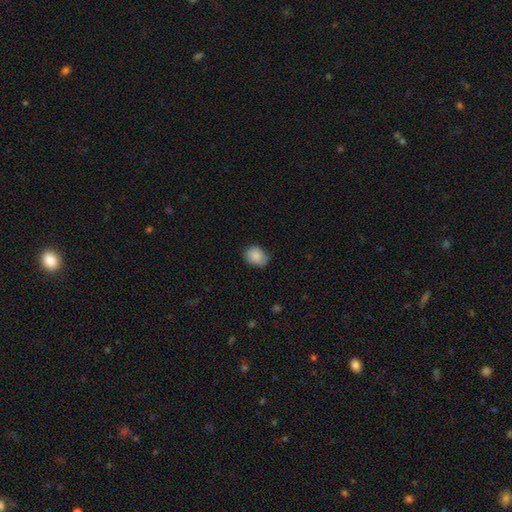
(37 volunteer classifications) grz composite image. It shows a smooth galaxy with no disk features (92%) that is in between round and cigar-shaped (56%). Merging: none (80%).